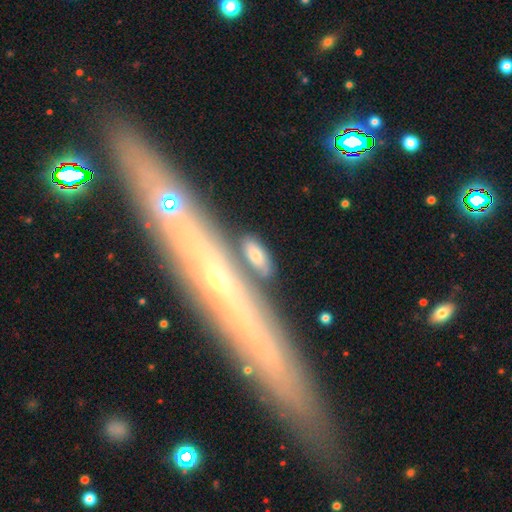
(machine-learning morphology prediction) A smooth galaxy with no disk features (67%) that is in between round and cigar-shaped (75%). Merging: none (65%).